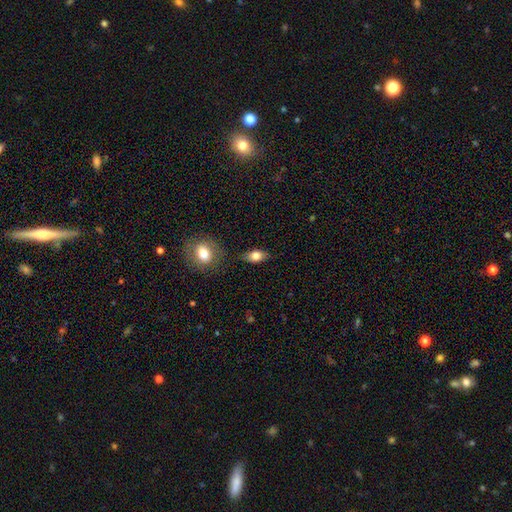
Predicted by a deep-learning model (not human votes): smooth_or_featured: smooth (p=0.80) [alt: featured or disk p=0.12]
how_rounded: in between (p=0.85) [alt: round p=0.11]
merging: none (p=0.79) [alt: minor disturbance p=0.14]